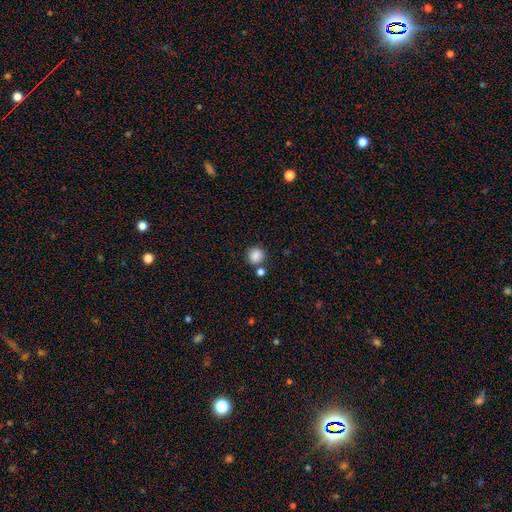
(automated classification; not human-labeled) Smooth or featured: smooth — 86% (star or artifact — 10%)
How rounded: round — 93% (in between — 6%)
Merging: none — 77% (merger — 12%)